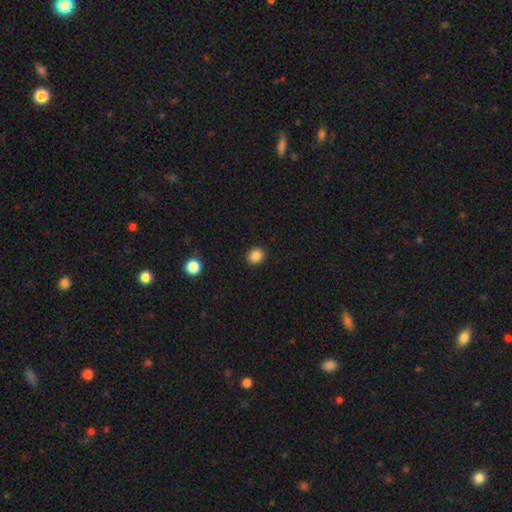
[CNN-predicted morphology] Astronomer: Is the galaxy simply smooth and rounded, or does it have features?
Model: smooth — 86%.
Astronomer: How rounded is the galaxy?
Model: round — 72%.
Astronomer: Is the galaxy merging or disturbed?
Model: none — 91%.